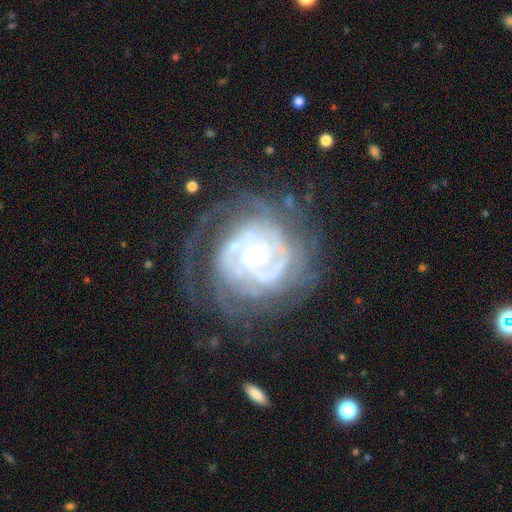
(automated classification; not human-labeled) Overall: featured or disk (88%). Edge-on disk: no (98%). Bar: no (72%). Spiral arms: yes (97%). Spiral arm count: can't tell (28%; 2 27%). Spiral winding: tight (77%). Bulge size: small (75%). Merging: none (63%).